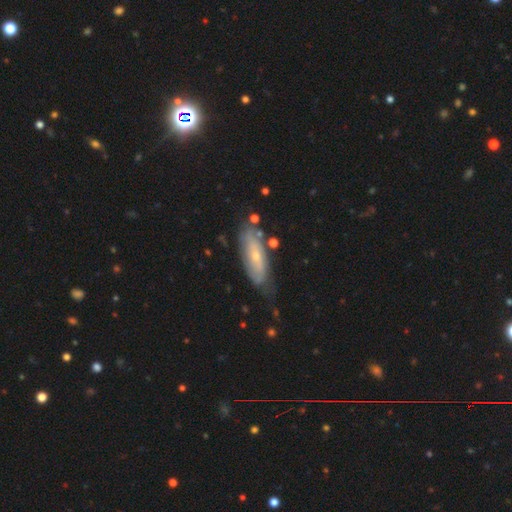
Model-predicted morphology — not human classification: Smooth or featured: featured or disk — 55% (smooth — 39%)
Edge-on disk: no — 77% (yes — 23%)
Merging: none — 62% (minor disturbance — 26%)